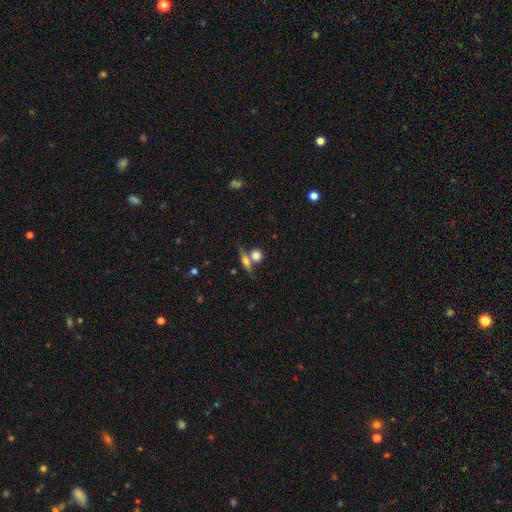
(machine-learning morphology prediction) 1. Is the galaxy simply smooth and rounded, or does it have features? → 69% smooth, 21% featured or disk, 10% star or artifact.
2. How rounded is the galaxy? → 71% round, 19% in between, 9% cigar-shaped.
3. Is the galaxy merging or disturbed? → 57% none, 30% merger, 10% minor disturbance, 4% major disturbance.